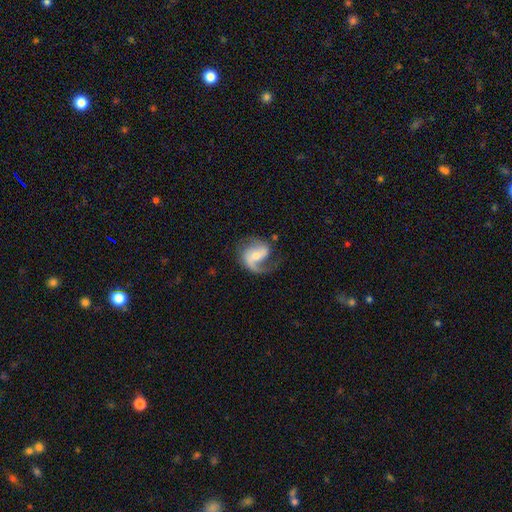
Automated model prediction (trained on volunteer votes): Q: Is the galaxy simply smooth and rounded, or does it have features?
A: featured or disk — 83%.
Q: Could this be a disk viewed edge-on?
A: no — 98%.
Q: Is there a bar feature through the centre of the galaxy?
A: weak — 41%.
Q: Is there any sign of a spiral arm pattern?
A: yes — 95%.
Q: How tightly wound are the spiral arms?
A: medium — 45%.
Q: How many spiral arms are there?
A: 2 — 51%.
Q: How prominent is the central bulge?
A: moderate — 52%.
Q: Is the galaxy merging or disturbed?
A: none — 56%.